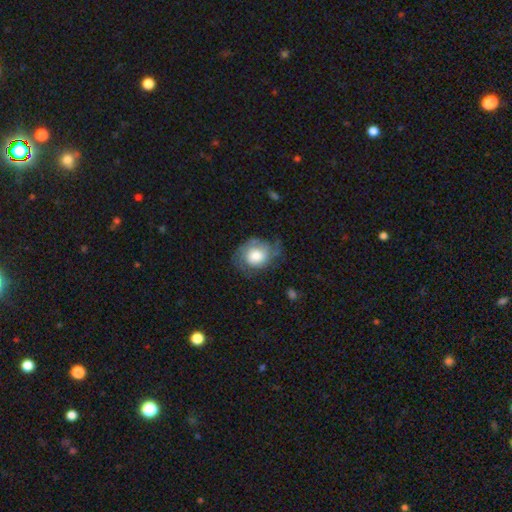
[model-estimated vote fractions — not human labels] A featured or disk galaxy (52%) with no bar (78%), spiral arms (82%) and a large central bulge (50%). Merging: none (56%).